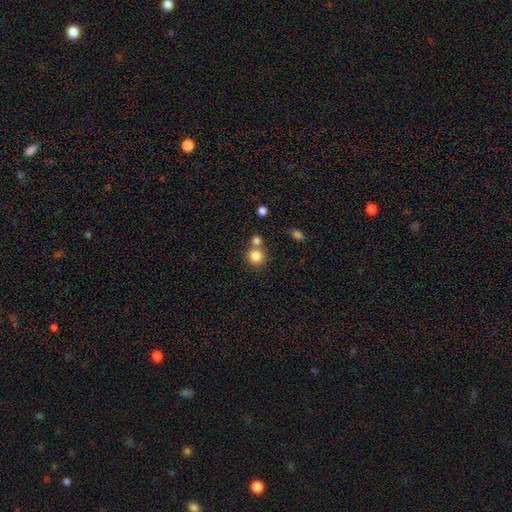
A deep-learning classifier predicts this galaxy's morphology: smooth-or-featured: smooth: 83% | star or artifact: 11% | featured or disk: 6%
  how-rounded: round: 92% | in between: 7% | cigar-shaped: 1%
  merging: none: 64% | merger: 26% | minor disturbance: 7% | major disturbance: 3%